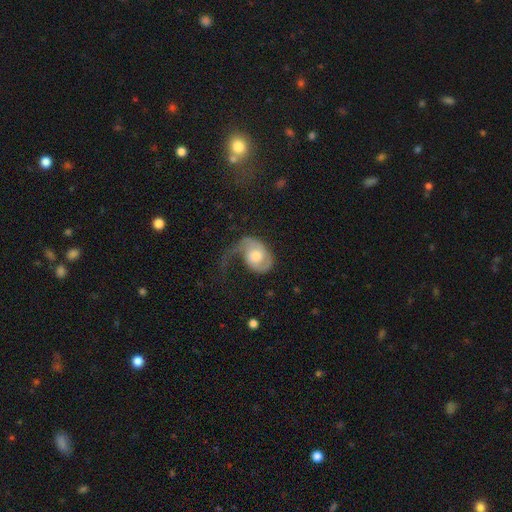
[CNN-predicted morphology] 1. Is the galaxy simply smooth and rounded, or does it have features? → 68% featured or disk, 26% smooth, 6% star or artifact.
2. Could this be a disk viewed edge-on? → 97% no, 3% yes.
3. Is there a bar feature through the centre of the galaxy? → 72% no, 23% weak, 5% strong.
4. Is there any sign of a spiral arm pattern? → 88% yes, 12% no.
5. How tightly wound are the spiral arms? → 46% loose, 33% medium, 21% tight.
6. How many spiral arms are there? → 61% 1, 31% 2, 5% can't tell, 1% 3, 1% 4, 1% more than 4.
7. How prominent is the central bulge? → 66% moderate, 15% small, 15% large, 2% dominant, 2% none.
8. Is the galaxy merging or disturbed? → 52% major disturbance, 26% none, 20% minor disturbance, 3% merger.